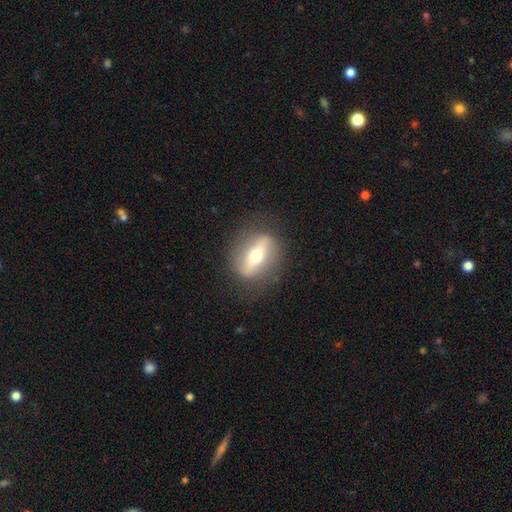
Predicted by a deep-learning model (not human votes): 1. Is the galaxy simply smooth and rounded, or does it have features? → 61% featured or disk, 32% smooth, 7% star or artifact.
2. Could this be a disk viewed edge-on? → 53% no, 47% yes.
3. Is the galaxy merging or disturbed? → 80% none, 13% minor disturbance, 6% major disturbance, 1% merger.